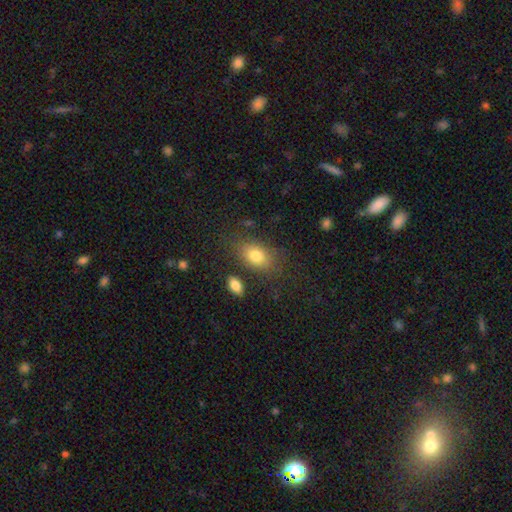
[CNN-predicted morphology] Smooth or featured?
  - smooth: 80% *
  - featured or disk: 11%
  - star or artifact: 9%
How rounded?
  - in between: 83% *
  - round: 15%
  - cigar-shaped: 2%
Merging?
  - none: 76% *
  - minor disturbance: 14%
  - major disturbance: 5%
  - merger: 5%